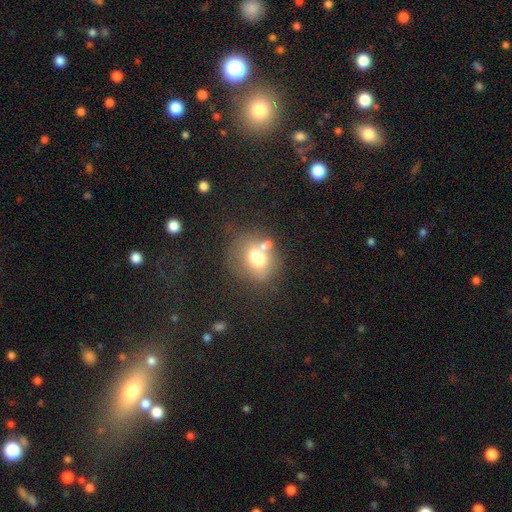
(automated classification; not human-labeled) smooth 67%, featured or disk 21%, star or artifact 12%. Down the decision tree: how rounded — round (60%); merging — none (46%).